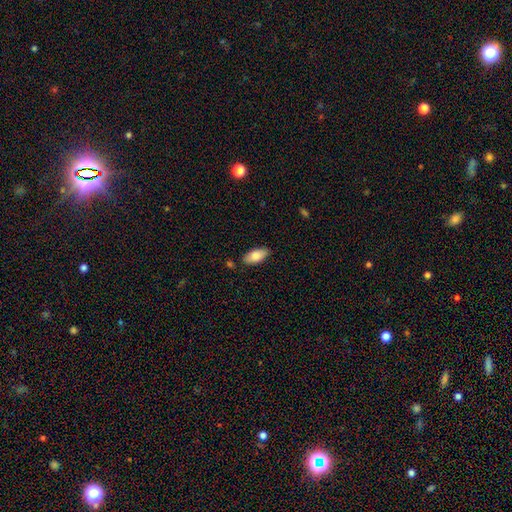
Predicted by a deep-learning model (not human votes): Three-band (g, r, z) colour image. It shows a smooth galaxy with no disk features (81%) that is in between round and cigar-shaped (92%). Merging: none (84%).